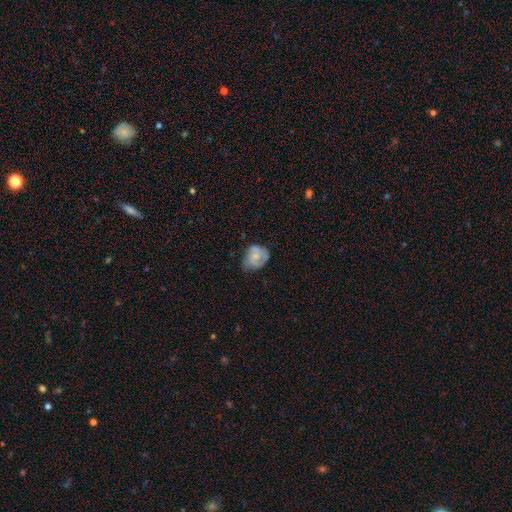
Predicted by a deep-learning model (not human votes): A smooth galaxy with no disk features (47%). Merging: none (50%).